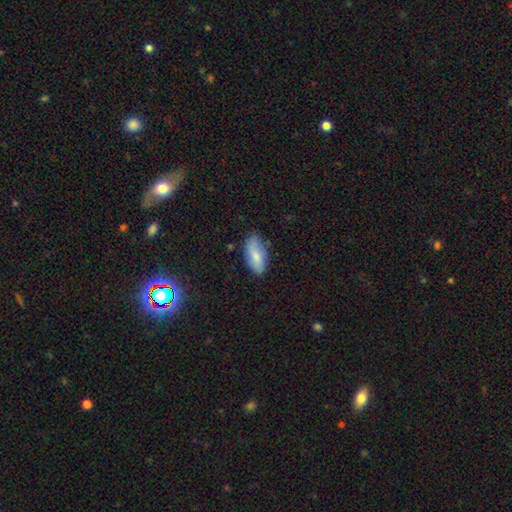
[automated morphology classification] A smooth galaxy with no disk features (77%) that is in between round and cigar-shaped (88%). Merging: none (71%).